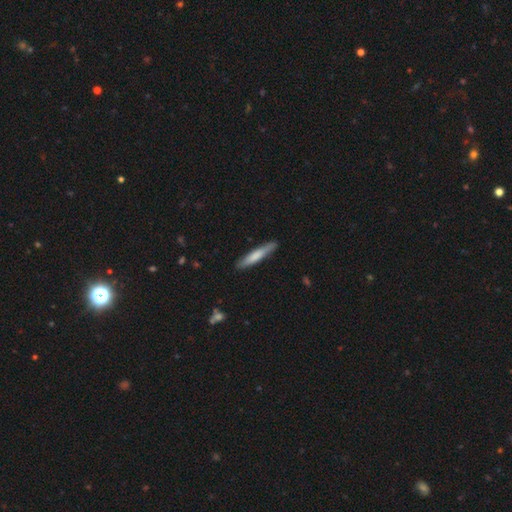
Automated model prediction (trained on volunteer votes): smooth 69%, featured or disk 26%, star or artifact 5%. Down the decision tree: how rounded — cigar-shaped (92%); merging — none (85%).